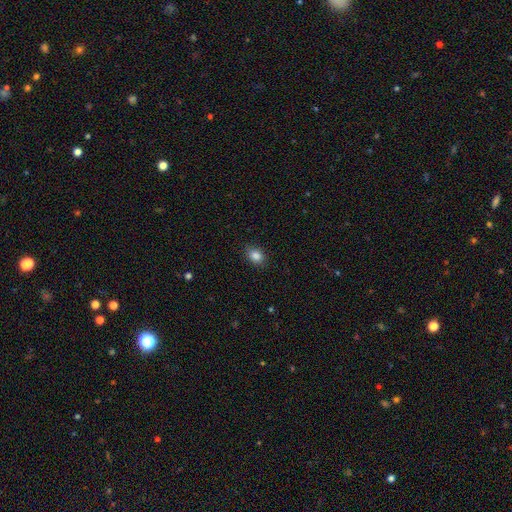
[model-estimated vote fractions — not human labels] Q: Smooth or featured?
A: smooth (86%); runner-up: star or artifact (10%)
Q: How rounded?
A: in between (66%); runner-up: round (32%)
Q: Merging?
A: none (87%); runner-up: minor disturbance (10%)